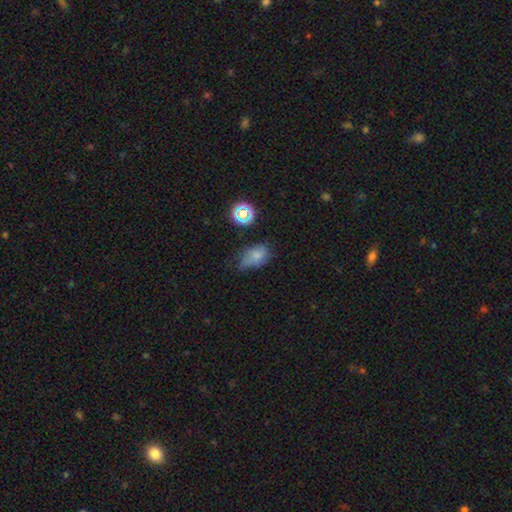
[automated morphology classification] The model was most divided on "merging" (2-way tie): minor disturbance: 41%, none: 41%, major disturbance: 14%, merger: 3%. More confident: how rounded — in between (83%); smooth or featured — smooth (71%).